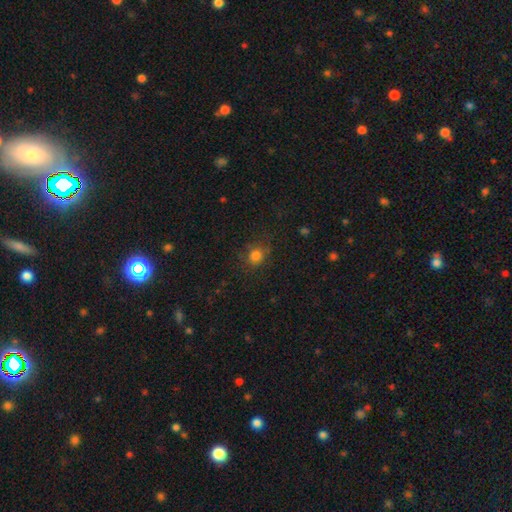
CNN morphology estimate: smooth 79%, star or artifact 14%, featured or disk 7%. Down the decision tree: how rounded — round (84%); merging — none (75%).